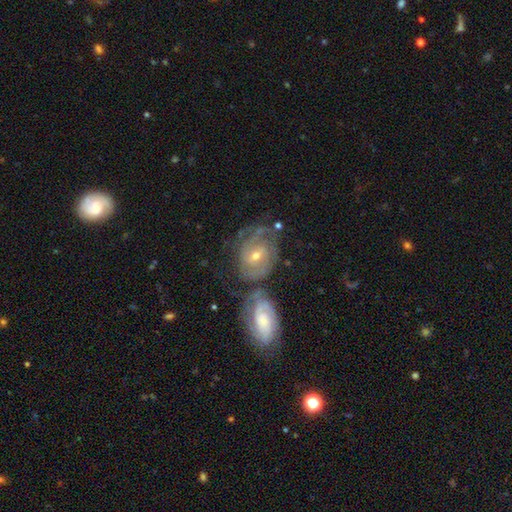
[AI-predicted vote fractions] Q: Smooth or featured?
A: featured or disk (79%); runner-up: smooth (15%)
Q: Edge-on disk?
A: no (96%); runner-up: yes (4%)
Q: Bar?
A: no (52%); runner-up: weak (39%)
Q: Spiral arms?
A: yes (92%); runner-up: no (8%)
Q: Spiral winding?
A: tight (62%); runner-up: medium (30%)
Q: Spiral arm count?
A: can't tell (37%); runner-up: 2 (33%)
Q: Bulge size?
A: moderate (49%); runner-up: small (47%)
Q: Merging?
A: none (45%); runner-up: merger (27%)